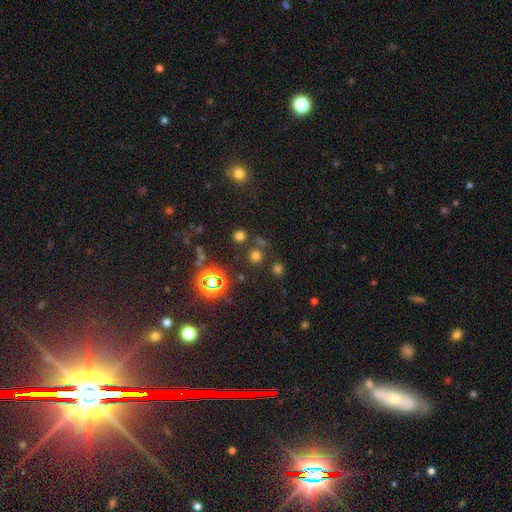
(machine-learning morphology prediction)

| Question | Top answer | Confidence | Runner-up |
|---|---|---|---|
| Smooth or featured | smooth | 60% | star or artifact (33%) |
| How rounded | round | 92% | in between (7%) |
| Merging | none | 77% | merger (12%) |